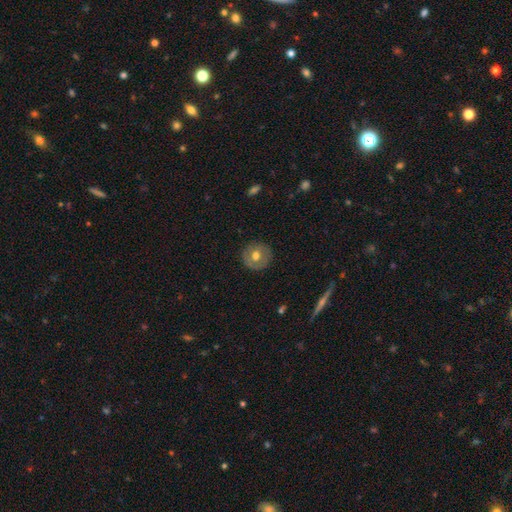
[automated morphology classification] smooth-or-featured: smooth: 58% | featured or disk: 35% | star or artifact: 8%
  how-rounded: round: 94% | in between: 5% | cigar-shaped: 1%
  merging: none: 87% | minor disturbance: 9% | major disturbance: 3% | merger: 1%